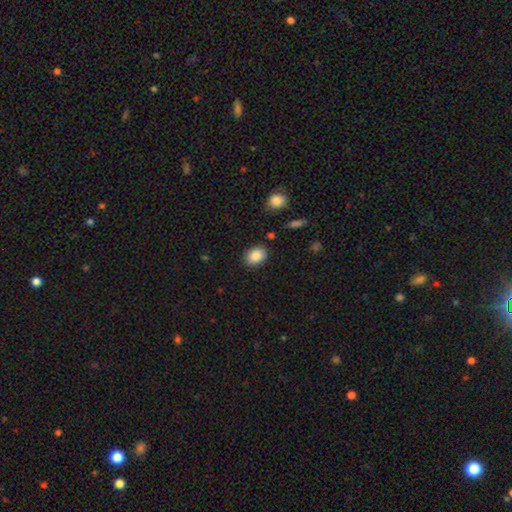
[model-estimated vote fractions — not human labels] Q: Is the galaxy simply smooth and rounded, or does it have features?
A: smooth — 87%.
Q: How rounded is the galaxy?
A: in between — 65%.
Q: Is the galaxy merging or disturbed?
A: none — 85%.